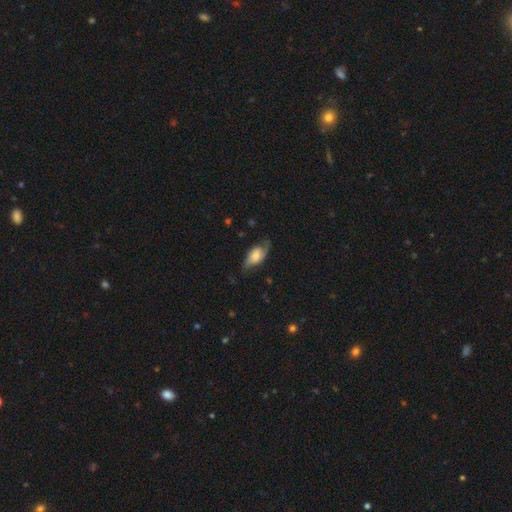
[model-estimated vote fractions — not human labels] Smooth or featured? featured or disk (47%)
Merging? none (61%)